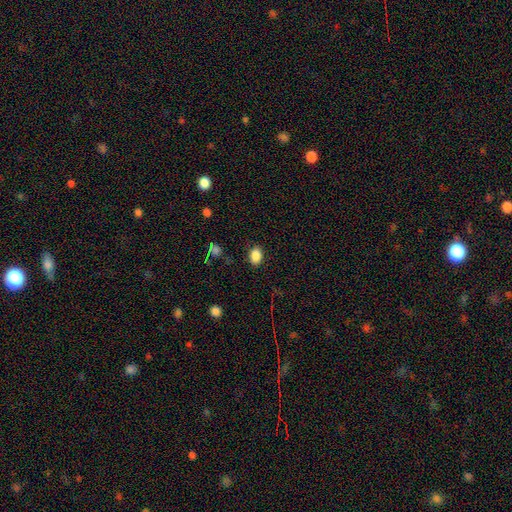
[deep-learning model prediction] Smooth or featured?
  - smooth: 87% *
  - star or artifact: 10%
  - featured or disk: 4%
How rounded?
  - in between: 75% *
  - round: 23%
  - cigar-shaped: 1%
Merging?
  - none: 87% *
  - minor disturbance: 10%
  - major disturbance: 3%
  - merger: 1%